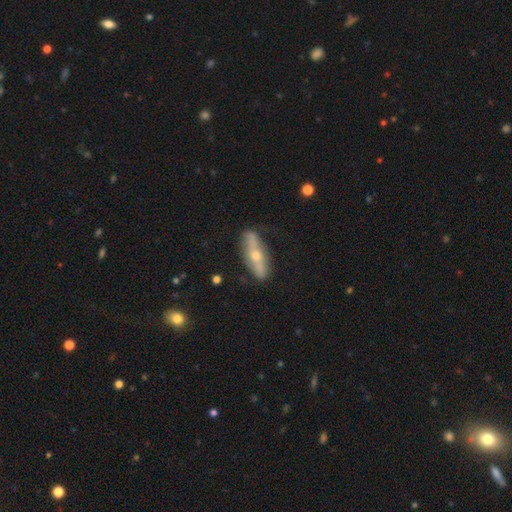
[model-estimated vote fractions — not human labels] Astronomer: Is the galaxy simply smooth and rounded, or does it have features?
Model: featured or disk — 64%.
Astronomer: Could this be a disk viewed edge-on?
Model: yes — 61% (runner-up: no, 39%).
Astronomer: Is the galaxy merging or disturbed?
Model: none — 82%.